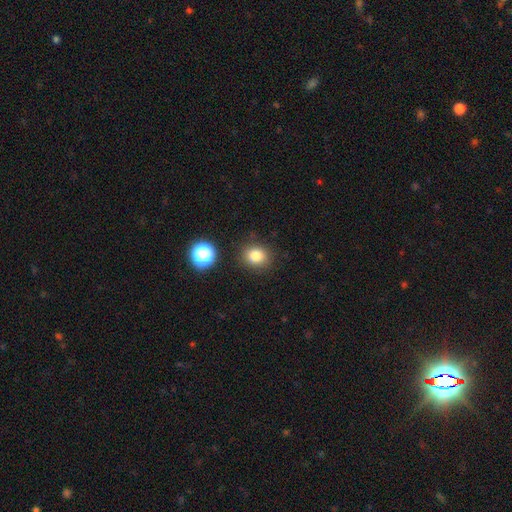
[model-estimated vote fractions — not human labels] Overall: smooth (81%). How rounded: round (73%). Merging: none (86%).